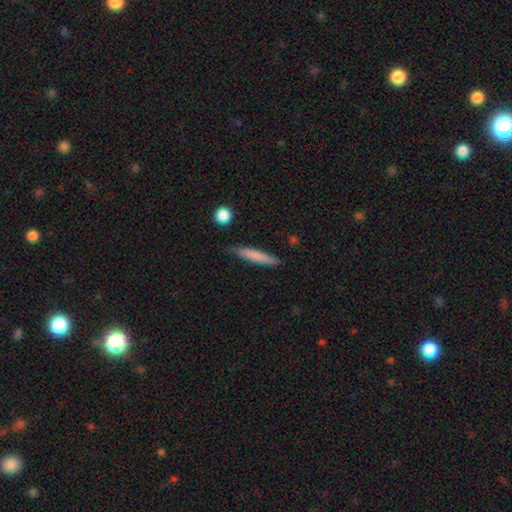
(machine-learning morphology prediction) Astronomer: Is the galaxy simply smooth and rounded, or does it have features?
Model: smooth — 72%.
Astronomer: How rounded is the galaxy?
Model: cigar-shaped — 93%.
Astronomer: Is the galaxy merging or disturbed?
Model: none — 81%.